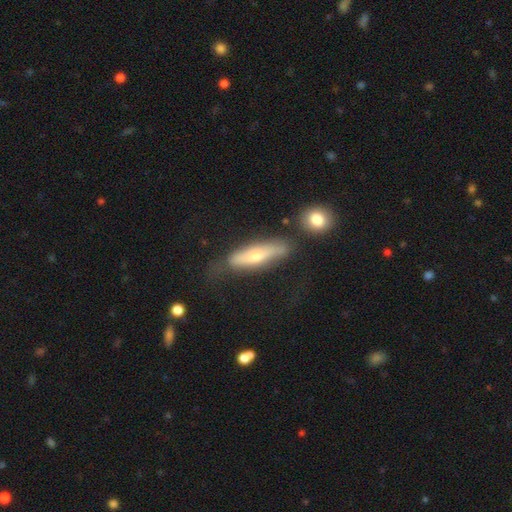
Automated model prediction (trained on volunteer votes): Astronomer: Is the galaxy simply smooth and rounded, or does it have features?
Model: featured or disk — 48% (runner-up: smooth, 44%).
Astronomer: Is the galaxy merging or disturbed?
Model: none — 56%.